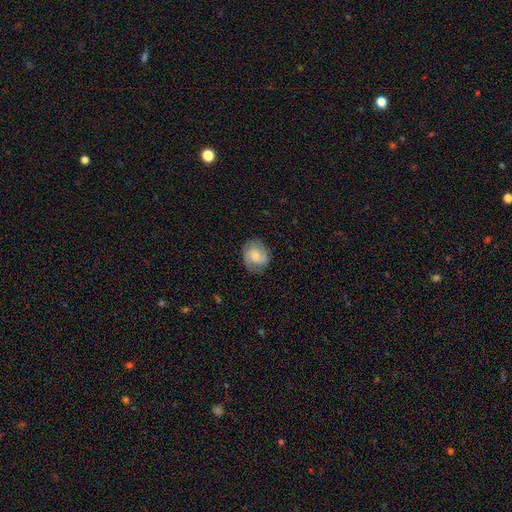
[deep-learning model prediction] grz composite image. It shows a featured or disk galaxy (53%) with no bar (58%), spiral arms (90%) and a moderate central bulge (43%, tied with small). Merging: none (79%).